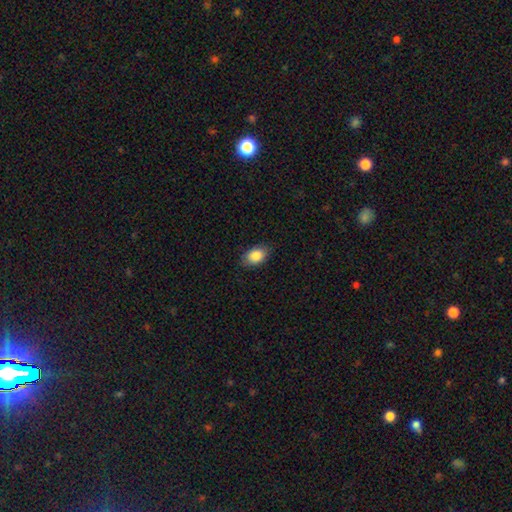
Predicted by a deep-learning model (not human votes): Overall: smooth (87%). How rounded: in between (86%). Merging: none (84%).